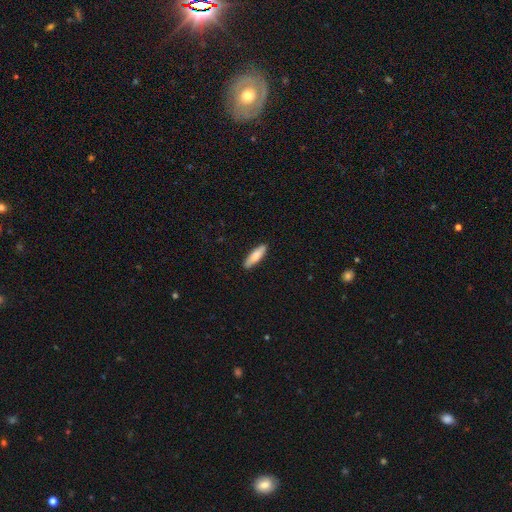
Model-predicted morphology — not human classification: A smooth galaxy with no disk features (79%) that is cigar-shaped (65%). Merging: none (90%).